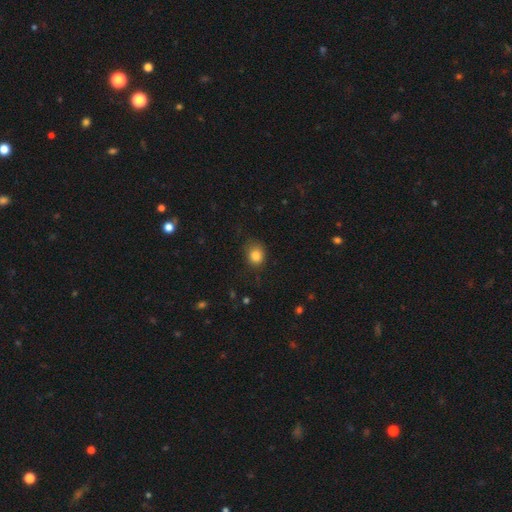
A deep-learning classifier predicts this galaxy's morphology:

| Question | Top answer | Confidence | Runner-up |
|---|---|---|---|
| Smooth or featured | smooth | 84% | star or artifact (10%) |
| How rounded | round | 66% | in between (33%) |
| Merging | none | 67% | minor disturbance (24%) |